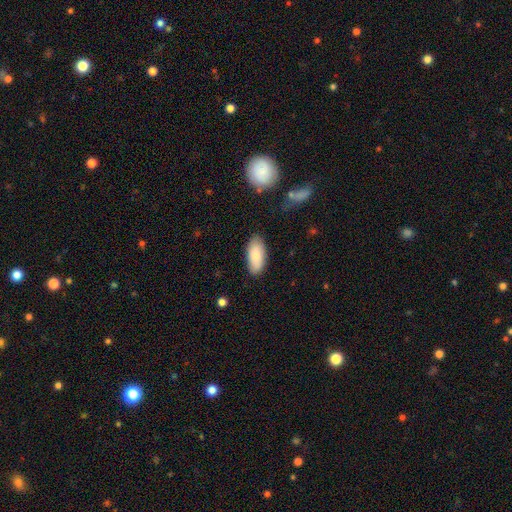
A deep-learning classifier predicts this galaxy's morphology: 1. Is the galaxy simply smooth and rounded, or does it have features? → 87% smooth, 7% featured or disk, 6% star or artifact.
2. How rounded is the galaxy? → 89% in between, 9% cigar-shaped, 2% round.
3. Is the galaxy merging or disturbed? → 84% none, 12% minor disturbance, 2% major disturbance, 1% merger.